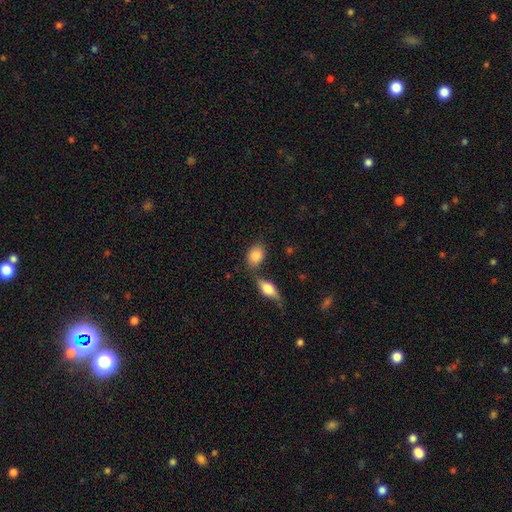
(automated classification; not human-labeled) Smooth or featured? Predicted: smooth (p=0.84). How rounded? Predicted: in between (p=0.78). Merging? Predicted: none (p=0.61).